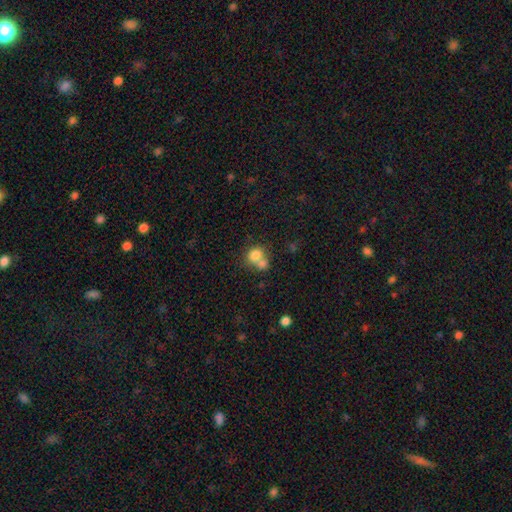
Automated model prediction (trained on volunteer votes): Smooth or featured?
  - smooth: 76% *
  - featured or disk: 13%
  - star or artifact: 11%
How rounded?
  - round: 65% *
  - in between: 34%
  - cigar-shaped: 1%
Merging?
  - merger: 56% *
  - none: 33%
  - minor disturbance: 8%
  - major disturbance: 4%